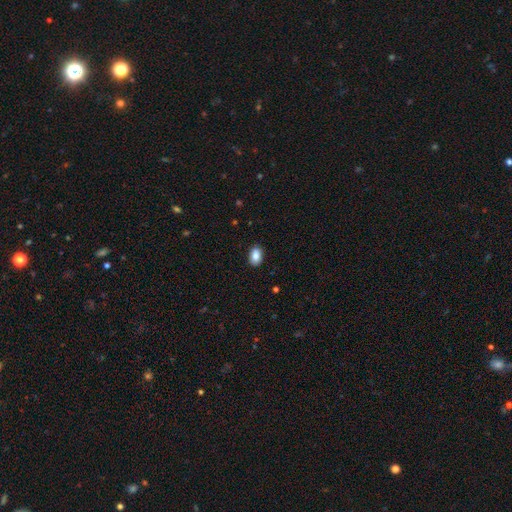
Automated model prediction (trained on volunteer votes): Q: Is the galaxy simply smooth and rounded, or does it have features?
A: smooth — 87%.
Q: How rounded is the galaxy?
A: in between — 89%.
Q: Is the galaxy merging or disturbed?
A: none — 89%.